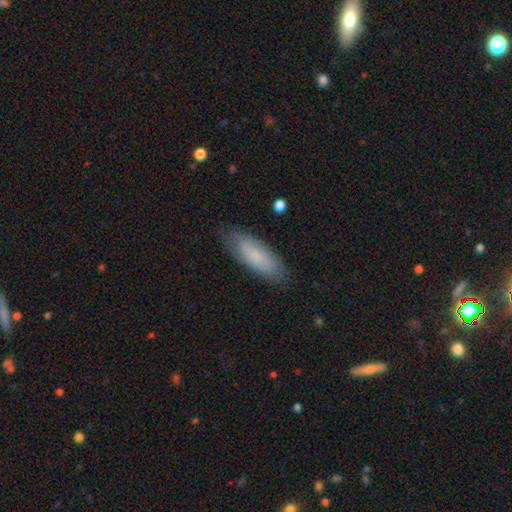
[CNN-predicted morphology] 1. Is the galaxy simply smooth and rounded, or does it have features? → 75% smooth, 18% featured or disk, 6% star or artifact.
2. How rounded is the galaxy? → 62% in between, 37% cigar-shaped, 2% round.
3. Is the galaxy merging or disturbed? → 81% none, 15% minor disturbance, 3% major disturbance, 1% merger.